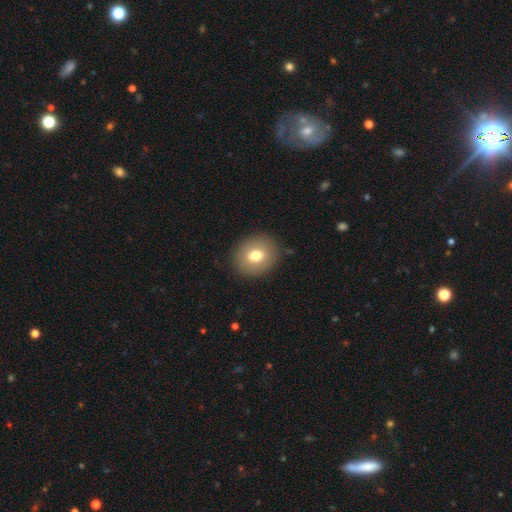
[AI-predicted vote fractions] A smooth galaxy with no disk features (74%) that is round (67%). Merging: none (87%).